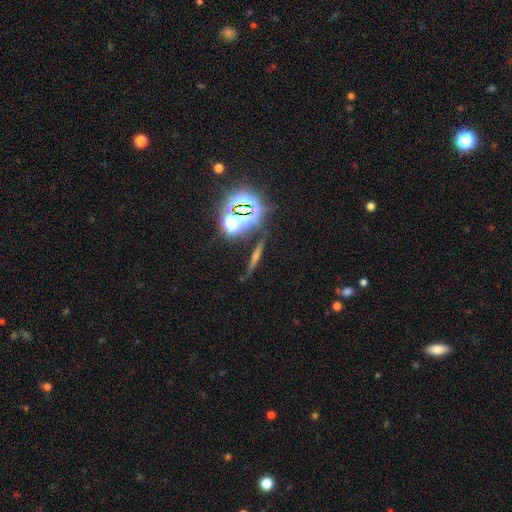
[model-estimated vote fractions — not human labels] Q: Smooth or featured?
A: star or artifact (45%); runner-up: featured or disk (37%)